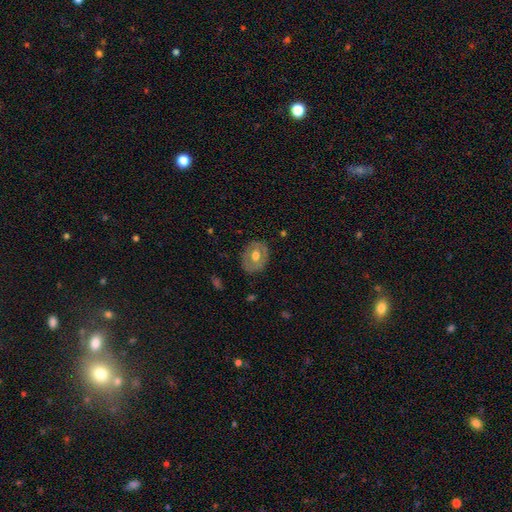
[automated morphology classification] smooth_or_featured: featured or disk (p=0.47) [tied with: smooth p=0.47]
merging: none (p=0.79) [alt: minor disturbance p=0.15]